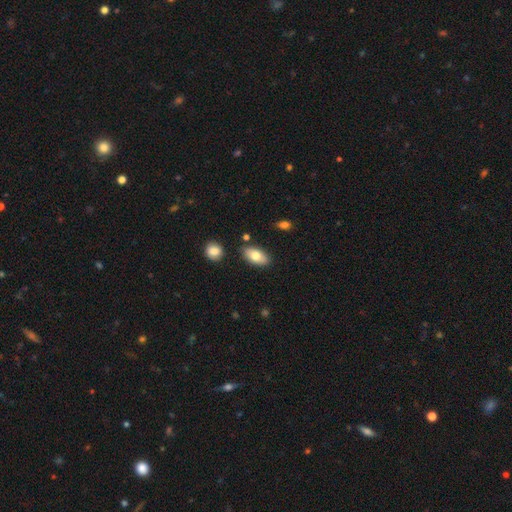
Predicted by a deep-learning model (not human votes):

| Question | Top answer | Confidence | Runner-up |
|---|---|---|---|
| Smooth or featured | smooth | 76% | featured or disk (17%) |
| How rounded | in between | 91% | cigar-shaped (5%) |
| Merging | none | 84% | minor disturbance (10%) |